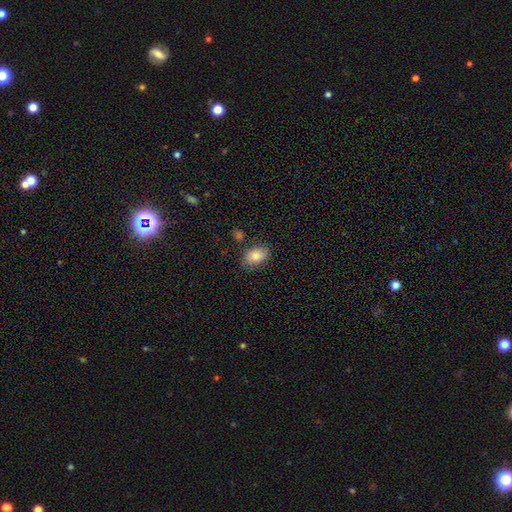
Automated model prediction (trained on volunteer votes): Smooth or featured? Predicted: smooth (p=0.83). How rounded? Predicted: in between (p=0.85). Merging? Predicted: none (p=0.77).